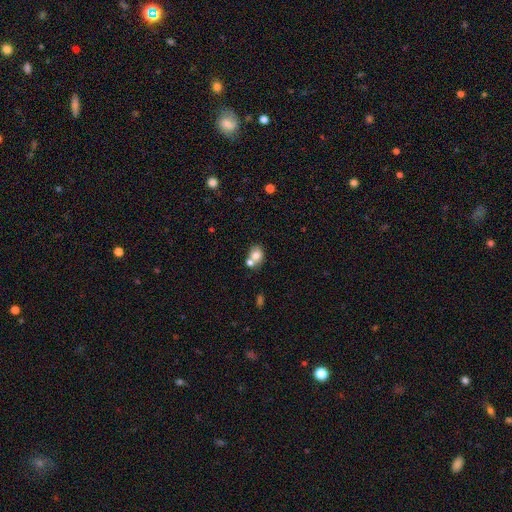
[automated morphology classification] Smooth or featured: smooth — 76% (featured or disk — 14%)
How rounded: round — 53% (in between — 46%)
Merging: merger — 45% (none — 41%)